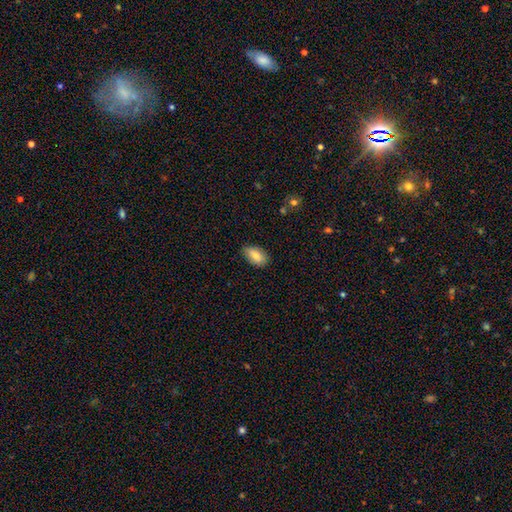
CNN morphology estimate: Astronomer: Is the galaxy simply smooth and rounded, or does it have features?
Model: smooth — 83%.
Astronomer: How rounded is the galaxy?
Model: in between — 92%.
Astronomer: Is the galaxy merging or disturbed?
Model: none — 79%.